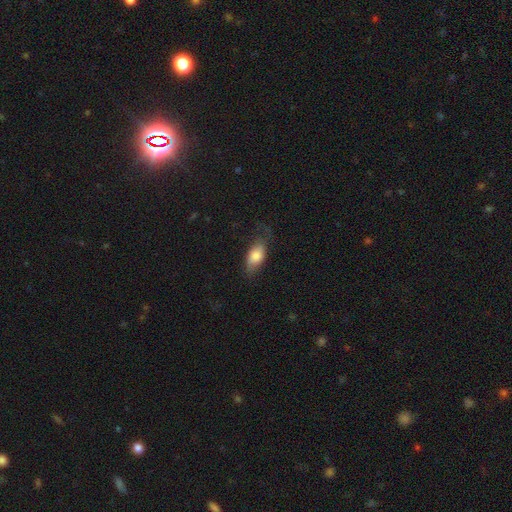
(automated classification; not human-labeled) Smooth or featured? smooth (75%)
How rounded? in between (87%)
Merging? none (60%)